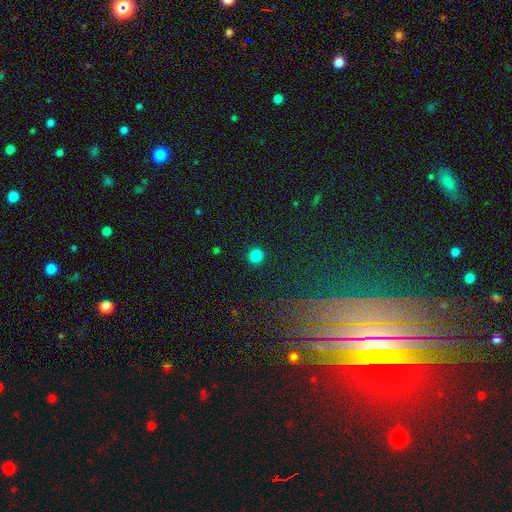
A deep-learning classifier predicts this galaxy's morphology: A smooth galaxy with no disk features (84%) that is round (95%). Merging: none (93%).